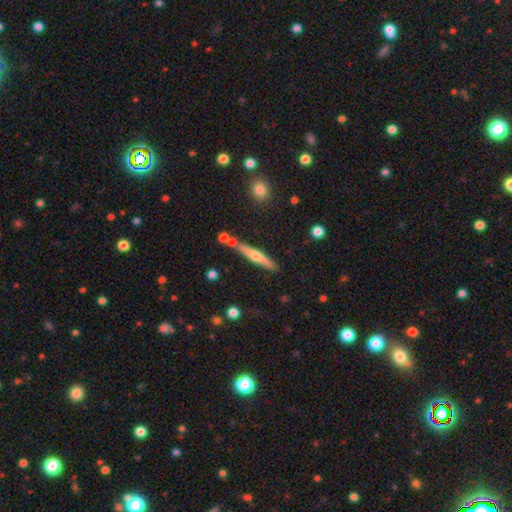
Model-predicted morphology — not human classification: Smooth or featured?
  - featured or disk: 51% *
  - smooth: 42%
  - star or artifact: 7%
Edge-on disk?
  - yes: 95% *
  - no: 5%
Merging?
  - none: 77% *
  - minor disturbance: 12%
  - merger: 8%
  - major disturbance: 3%